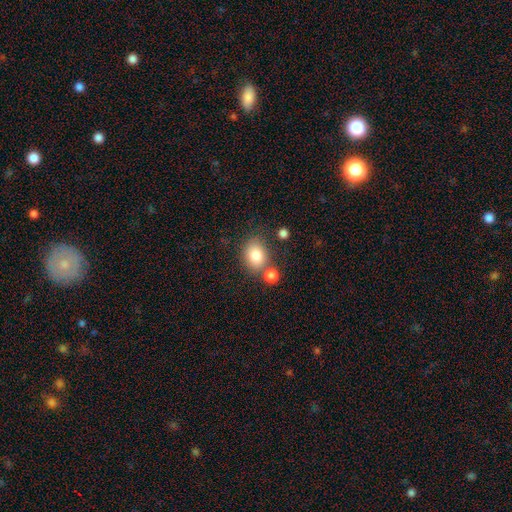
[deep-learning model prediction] Smooth or featured: smooth — 81% (featured or disk — 9%)
How rounded: in between — 63% (round — 36%)
Merging: none — 61% (merger — 20%)